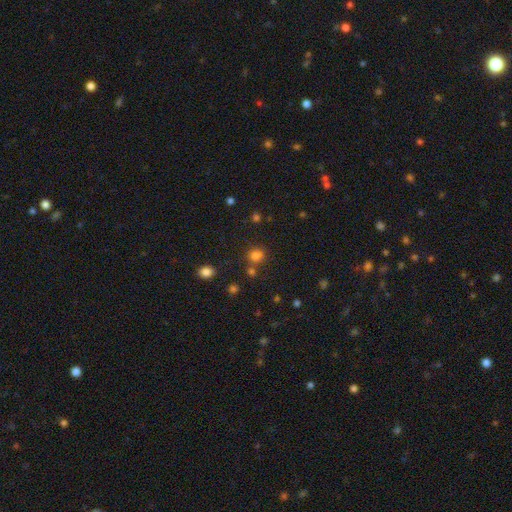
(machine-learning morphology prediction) This is likely a smooth galaxy (75%). How rounded: clearly round (81%). Merging: likely none (69%).